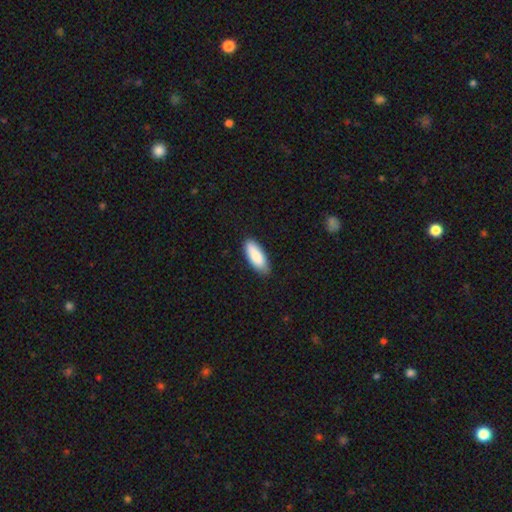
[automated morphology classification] Smooth or featured? smooth (88%)
How rounded? in between (76%)
Merging? none (84%)